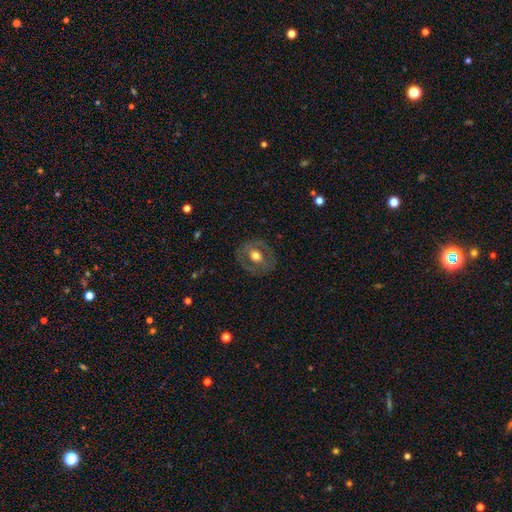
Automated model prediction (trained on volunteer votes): This is possibly a featured or disk galaxy (49%). Merging: clearly none (81%).